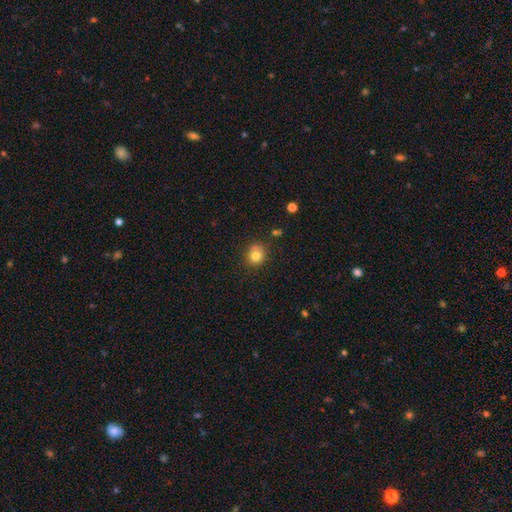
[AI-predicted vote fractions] Smooth or featured?
  - smooth: 81% *
  - star or artifact: 11%
  - featured or disk: 8%
How rounded?
  - round: 75% *
  - in between: 24%
  - cigar-shaped: 1%
Merging?
  - none: 79% *
  - minor disturbance: 15%
  - major disturbance: 3%
  - merger: 2%